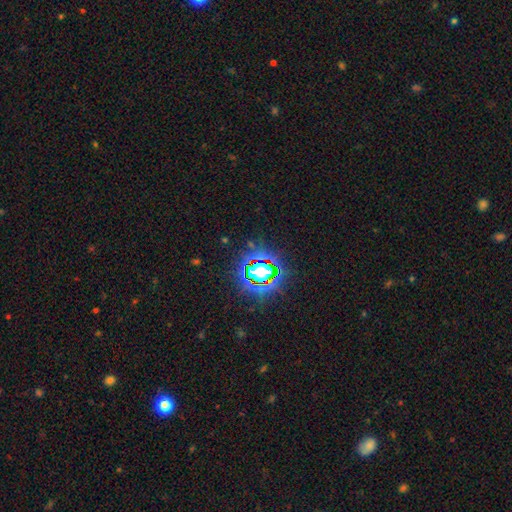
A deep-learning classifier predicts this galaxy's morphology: star or artifact 82%, smooth 11%, featured or disk 7%.